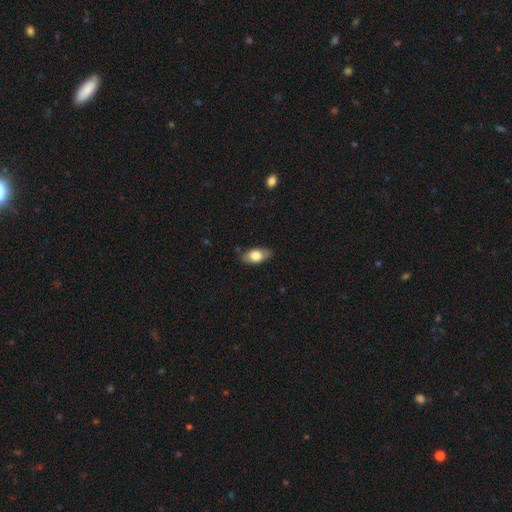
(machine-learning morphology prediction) type=smooth (75%); roundness=in between (90%); merging=none (83%).